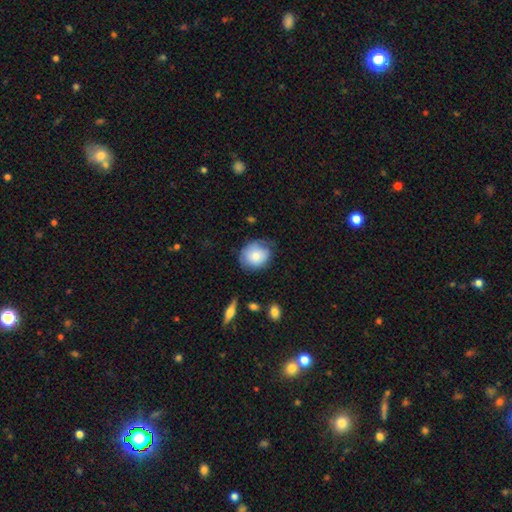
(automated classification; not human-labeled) Smooth or featured? Predicted: smooth (p=0.74). How rounded? Predicted: round (p=0.67). Merging? Predicted: none (p=0.55).